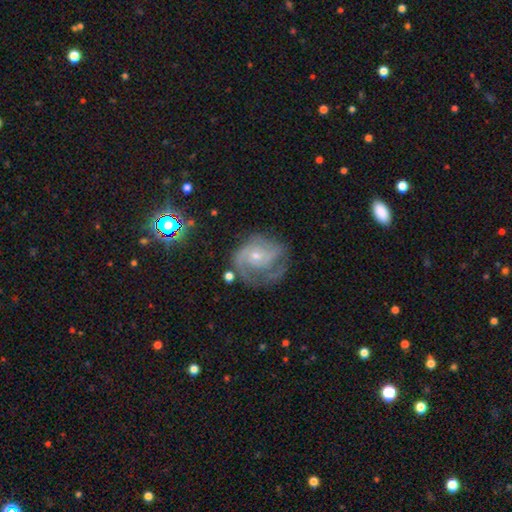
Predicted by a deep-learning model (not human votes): Smooth or featured?
  - featured or disk: 79% *
  - smooth: 13%
  - star or artifact: 8%
Edge-on disk?
  - no: 98% *
  - yes: 2%
Bar?
  - no: 72% *
  - weak: 24%
  - strong: 4%
Spiral arms?
  - yes: 91% *
  - no: 9%
Spiral winding?
  - tight: 44% *
  - medium: 40%
  - loose: 15%
Spiral arm count?
  - 2: 31% *
  - can't tell: 27%
  - 3: 20%
  - 1: 12%
  - 4: 5%
  - more than 4: 4%
Bulge size?
  - small: 70% *
  - moderate: 26%
  - none: 2%
  - large: 1%
  - dominant: 1%
Merging?
  - none: 50% *
  - major disturbance: 24%
  - minor disturbance: 23%
  - merger: 3%